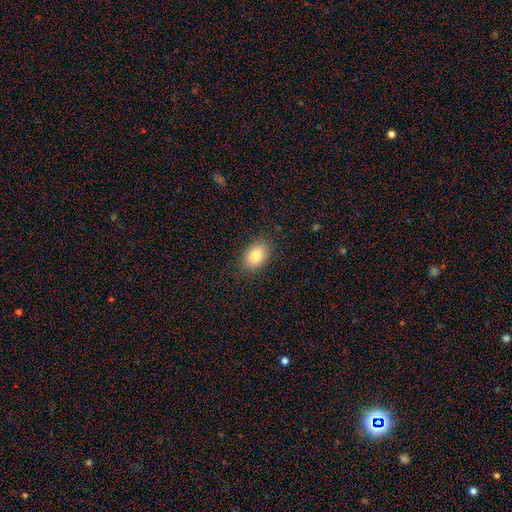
This appears to be a smooth galaxy with no disk features (89%) that is in between round and cigar-shaped (79%). Merging: none (91%).